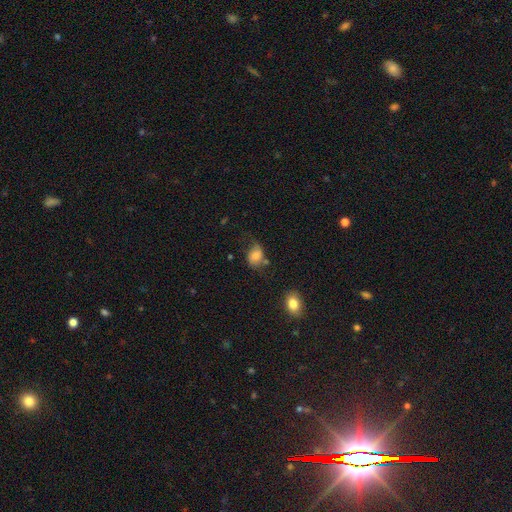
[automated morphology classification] smooth-or-featured: smooth: 74% | featured or disk: 15% | star or artifact: 10%
  how-rounded: in between: 64% | round: 35% | cigar-shaped: 1%
  merging: none: 42% | minor disturbance: 33% | major disturbance: 18% | merger: 7%